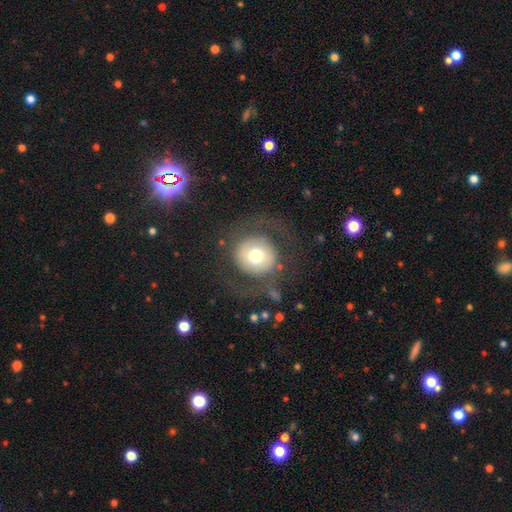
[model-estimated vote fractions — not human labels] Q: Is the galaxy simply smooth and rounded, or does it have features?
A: smooth — 49%.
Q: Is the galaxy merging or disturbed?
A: none — 72%.